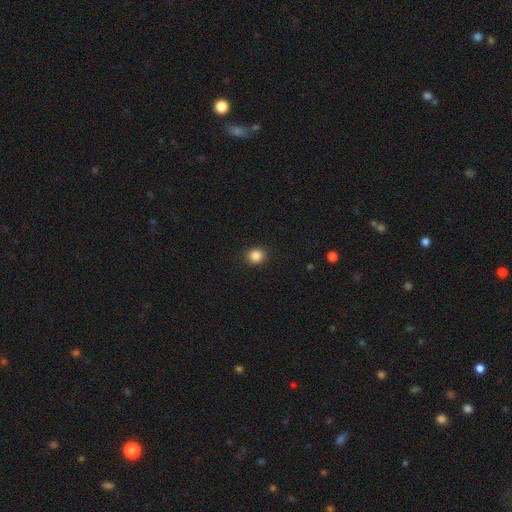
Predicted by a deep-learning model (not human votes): smooth-or-featured: smooth: 87% | star or artifact: 10% | featured or disk: 3%
  how-rounded: round: 84% | in between: 15% | cigar-shaped: 1%
  merging: none: 91% | minor disturbance: 6% | major disturbance: 2% | merger: 1%